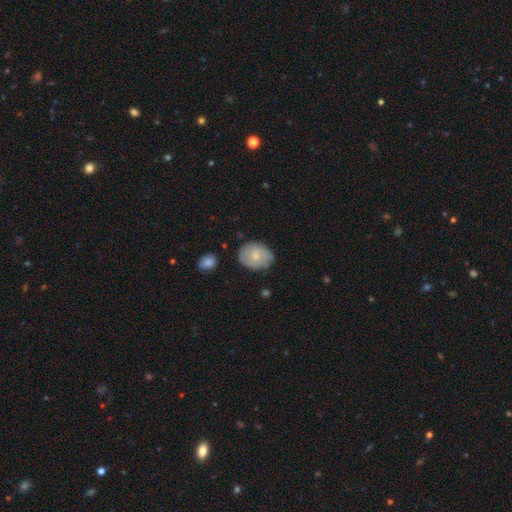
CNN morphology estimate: Smooth or featured? Predicted: smooth (p=0.64). How rounded? Predicted: round (p=0.54). Merging? Predicted: none (p=0.74).